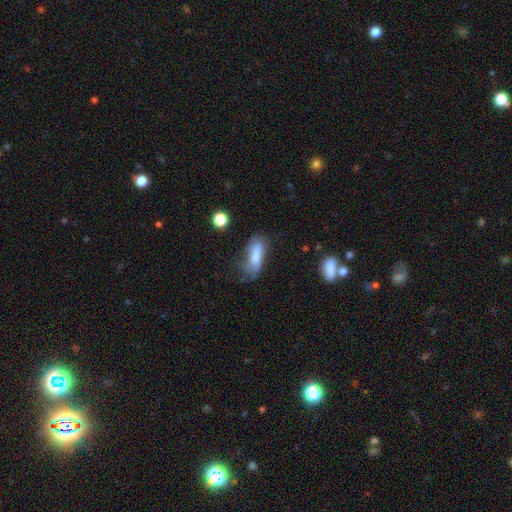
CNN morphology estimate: smooth_or_featured: smooth (p=0.70) [alt: featured or disk p=0.21]
how_rounded: in between (p=0.63) [alt: cigar-shaped p=0.34]
merging: none (p=0.41) [alt: minor disturbance p=0.31]